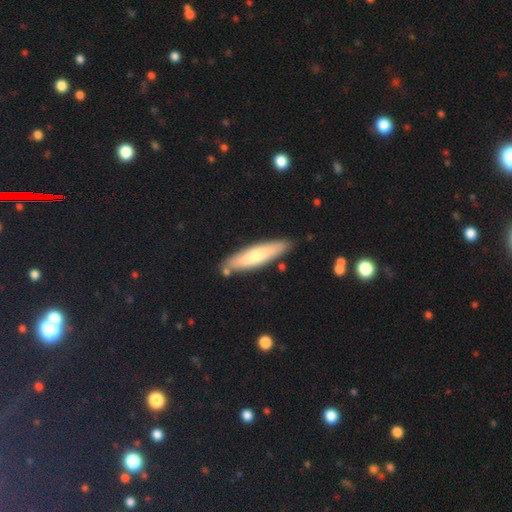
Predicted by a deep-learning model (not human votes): Q: Smooth or featured?
A: smooth (65%); runner-up: featured or disk (30%)
Q: How rounded?
A: cigar-shaped (80%); runner-up: in between (19%)
Q: Merging?
A: none (83%); runner-up: minor disturbance (10%)